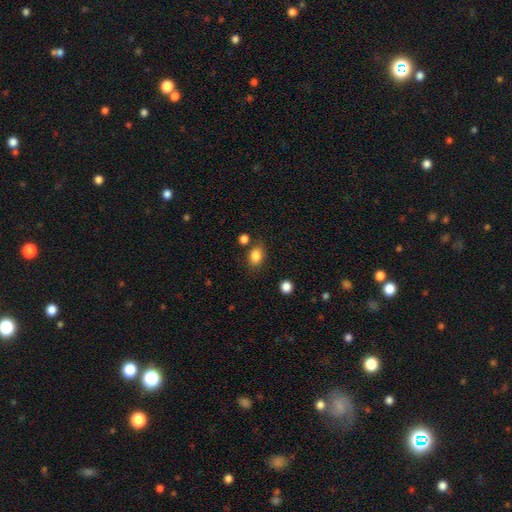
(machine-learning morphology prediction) Smooth or featured? smooth (84%)
How rounded? in between (59%)
Merging? none (74%)